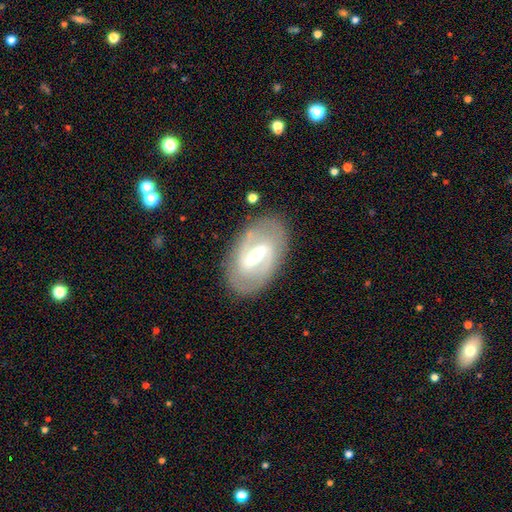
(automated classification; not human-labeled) Overall: featured or disk (81%). Edge-on disk: no (94%). Bar: strong (53%; weak 39%). Spiral arms: yes (74%). Spiral arm count: 2 (79%). Spiral winding: medium (40%; tight 36%). Bulge size: moderate (63%; small 29%). Merging: none (84%).